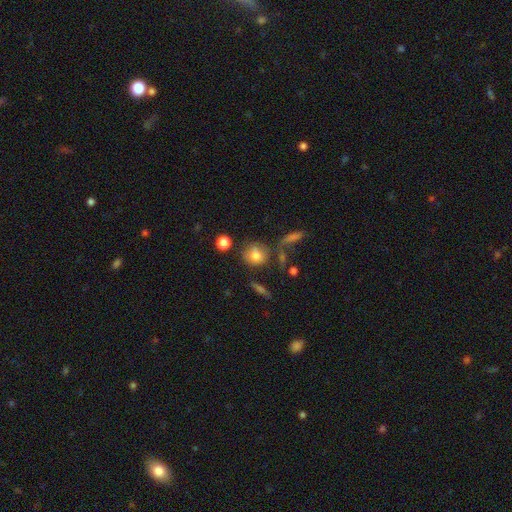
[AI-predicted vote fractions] This appears to be a smooth galaxy with no disk features (77%) that is round (77%). Merging: none (64%).